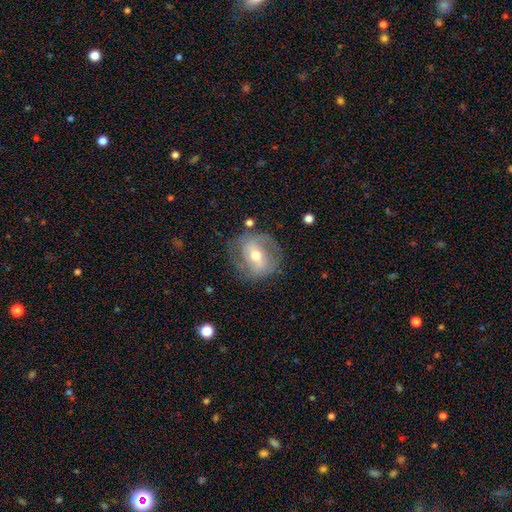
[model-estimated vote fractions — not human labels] A featured or disk galaxy (66%) with a weak bar (40%), spiral arms (68%) and a moderate central bulge (69%).

Vote fractions:
- Smooth or featured? featured or disk: 66% / smooth: 26% / star or artifact: 8%
- Edge-on disk? no: 95% / yes: 5%
- Bar? weak: 40% / strong: 34% / no: 26%
- Spiral arms? yes: 68% / no: 32%
- Bulge size? moderate: 69% / small: 24% / large: 5% / dominant: 1% / none: 1%
- Merging? none: 68% / minor disturbance: 19% / major disturbance: 11% / merger: 2%